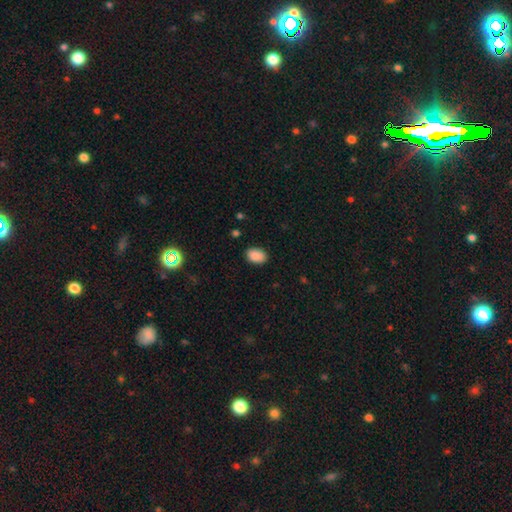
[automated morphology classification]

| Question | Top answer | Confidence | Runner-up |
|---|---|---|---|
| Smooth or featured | smooth | 88% | star or artifact (8%) |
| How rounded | in between | 82% | round (17%) |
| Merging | none | 84% | minor disturbance (12%) |